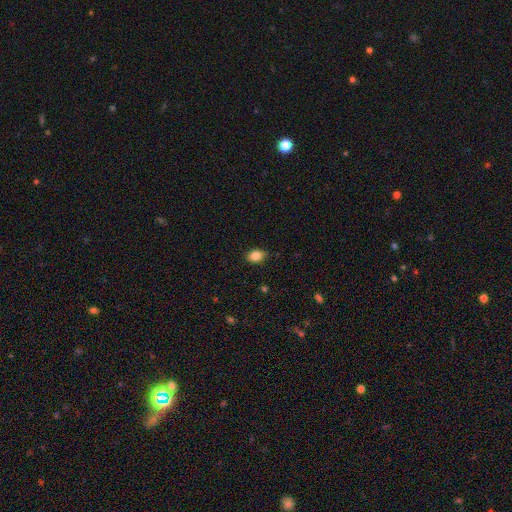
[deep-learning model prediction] Smooth or featured? smooth (85%)
How rounded? in between (76%)
Merging? none (84%)